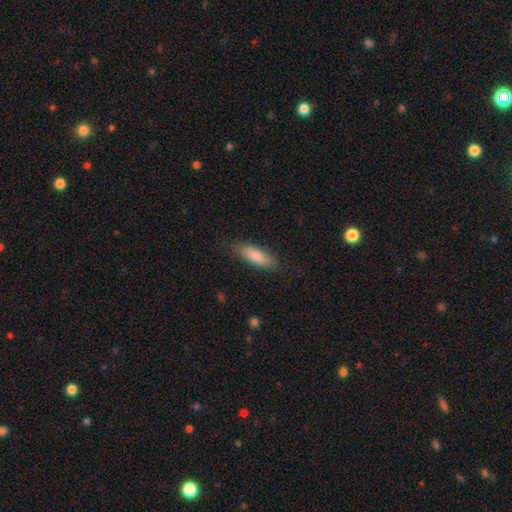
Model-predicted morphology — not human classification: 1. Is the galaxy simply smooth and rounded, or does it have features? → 80% smooth, 14% featured or disk, 6% star or artifact.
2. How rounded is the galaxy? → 52% in between, 46% cigar-shaped, 2% round.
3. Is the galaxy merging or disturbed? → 84% none, 13% minor disturbance, 3% major disturbance, 1% merger.